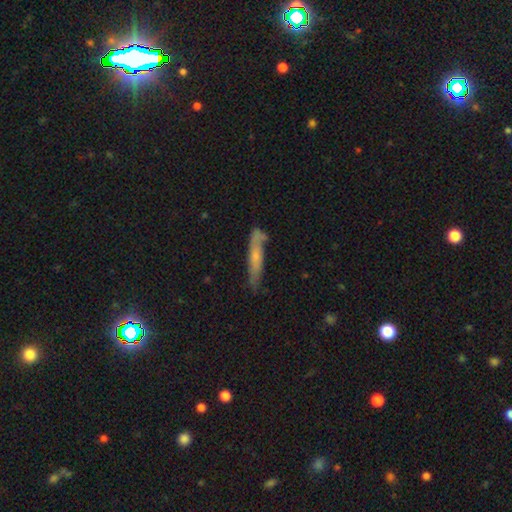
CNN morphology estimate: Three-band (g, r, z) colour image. It shows a smooth galaxy with no disk features (52%) that is cigar-shaped (90%). Merging: none (64%).